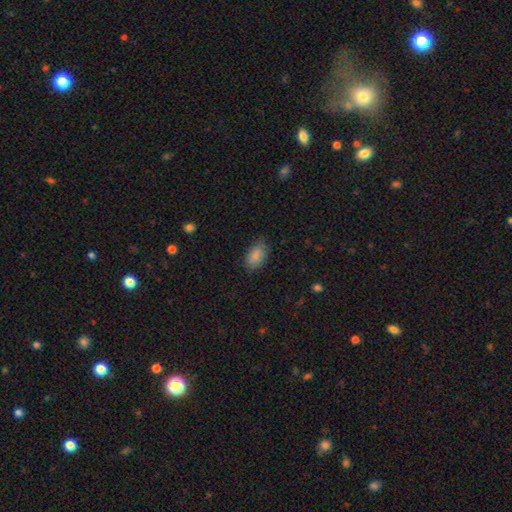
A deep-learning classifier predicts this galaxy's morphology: Q: Smooth or featured?
A: smooth (87%); runner-up: star or artifact (7%)
Q: How rounded?
A: in between (92%); runner-up: round (6%)
Q: Merging?
A: none (79%); runner-up: minor disturbance (17%)